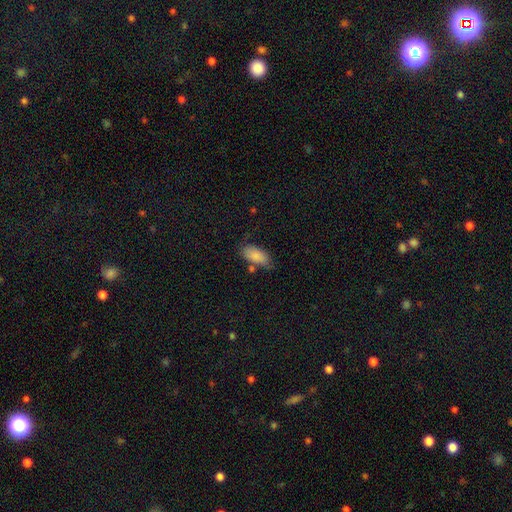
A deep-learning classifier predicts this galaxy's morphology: Overall: smooth (86%). How rounded: in between (91%). Merging: none (60%; minor disturbance 25%).